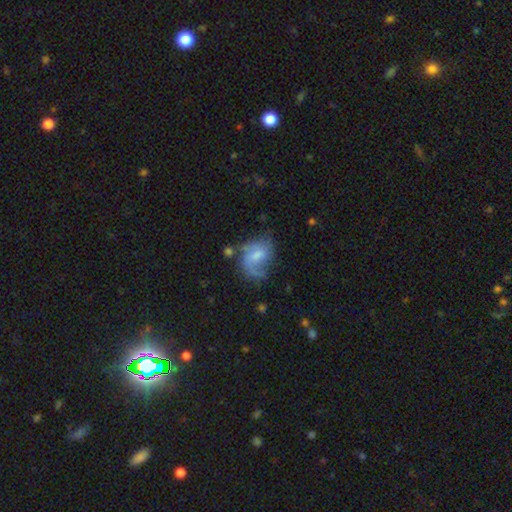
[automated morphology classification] A featured or disk galaxy (56%) with a weak bar (50%), spiral arms (79%) and a moderate central bulge (38%). Merging: none (40%).